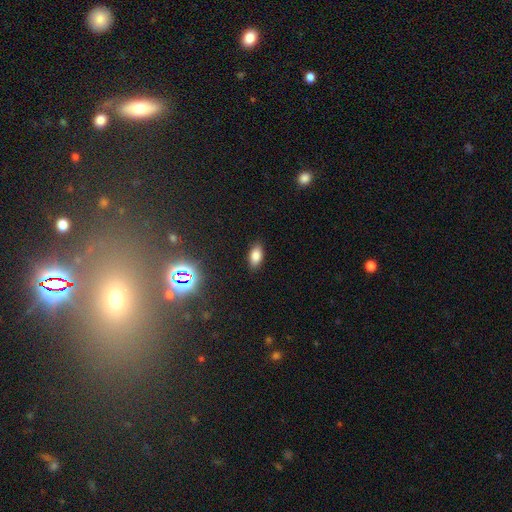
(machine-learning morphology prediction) A smooth galaxy with no disk features (81%) that is in between round and cigar-shaped (89%). Merging: none (87%).